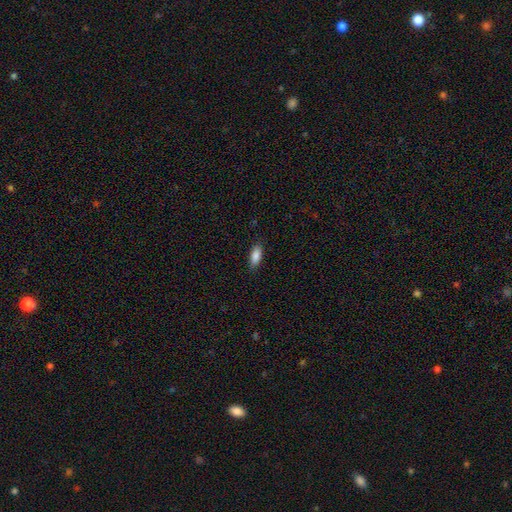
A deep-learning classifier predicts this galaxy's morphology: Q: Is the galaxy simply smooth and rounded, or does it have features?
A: smooth — 87%.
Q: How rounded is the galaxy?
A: in between — 78%.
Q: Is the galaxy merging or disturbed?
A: none — 84%.